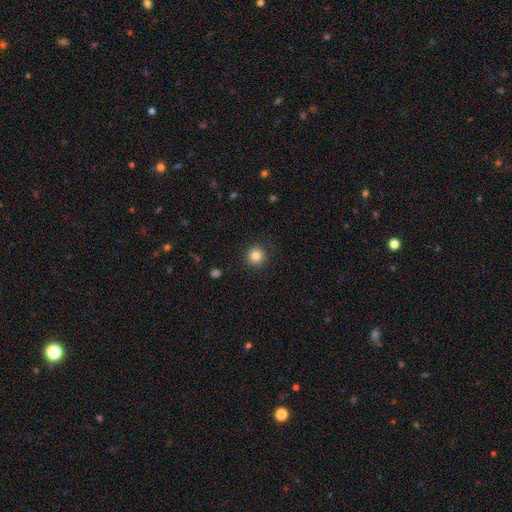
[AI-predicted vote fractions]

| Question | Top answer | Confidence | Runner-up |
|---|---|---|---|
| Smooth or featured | smooth | 84% | star or artifact (11%) |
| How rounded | round | 94% | in between (5%) |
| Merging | none | 90% | minor disturbance (6%) |